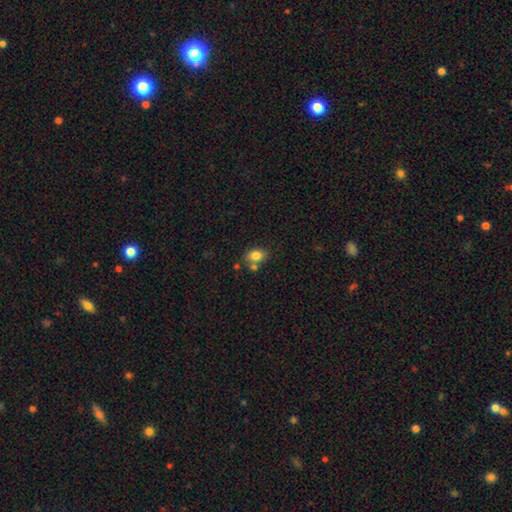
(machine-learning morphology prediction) A smooth galaxy with no disk features (81%) that is in between round and cigar-shaped (67%). Merging: none (61%).